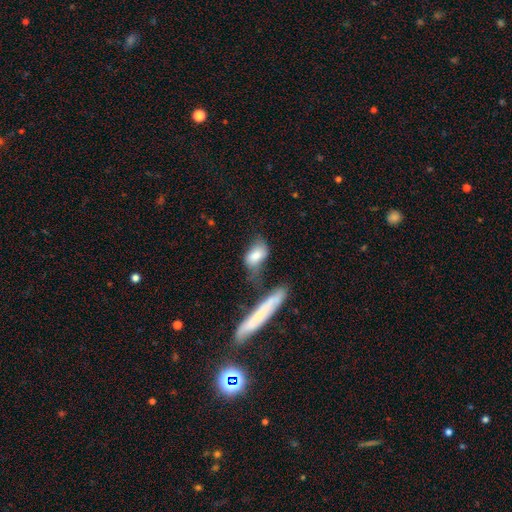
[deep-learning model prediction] smooth-or-featured: smooth: 75% | featured or disk: 17% | star or artifact: 7%
  how-rounded: in between: 79% | cigar-shaped: 11% | round: 10%
  merging: none: 36% | merger: 27% | minor disturbance: 22% | major disturbance: 15%